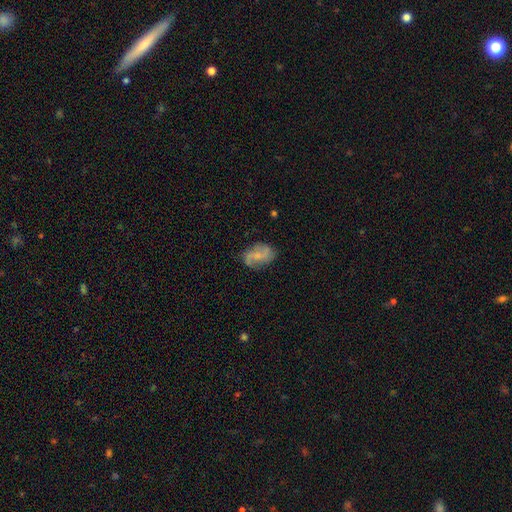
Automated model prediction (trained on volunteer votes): Q: Smooth or featured?
A: featured or disk (65%); runner-up: smooth (28%)
Q: Edge-on disk?
A: no (97%); runner-up: yes (3%)
Q: Bar?
A: no (49%); runner-up: weak (41%)
Q: Spiral arms?
A: yes (90%); runner-up: no (10%)
Q: Spiral winding?
A: loose (57%); runner-up: medium (32%)
Q: Spiral arm count?
A: 2 (84%); runner-up: can't tell (7%)
Q: Bulge size?
A: small (50%); runner-up: moderate (24%)
Q: Merging?
A: none (71%); runner-up: minor disturbance (20%)